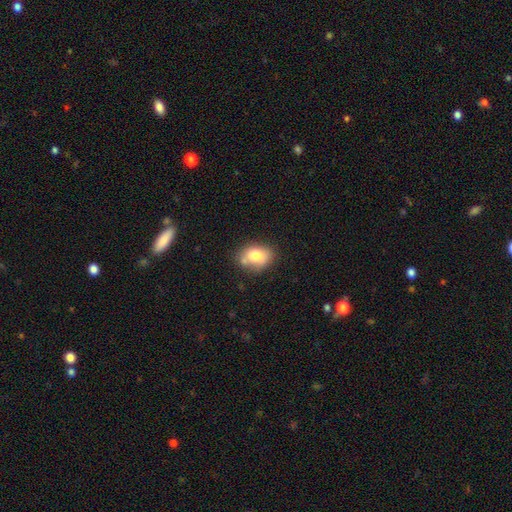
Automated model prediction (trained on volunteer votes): Smooth or featured?
  - smooth: 77% *
  - featured or disk: 14%
  - star or artifact: 9%
How rounded?
  - in between: 68% *
  - round: 30%
  - cigar-shaped: 1%
Merging?
  - none: 58% *
  - minor disturbance: 23%
  - merger: 13%
  - major disturbance: 6%